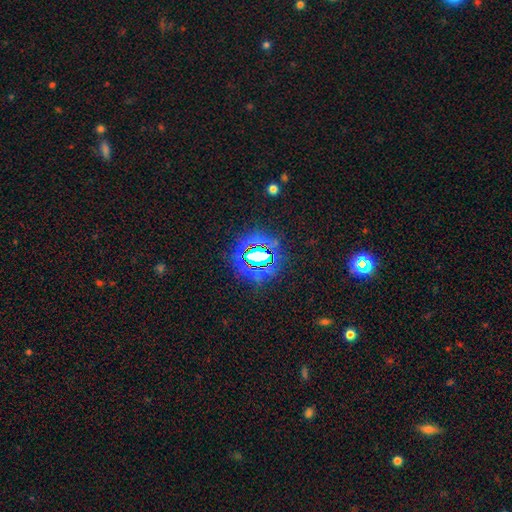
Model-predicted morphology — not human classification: A star or artifact, not a galaxy (78%).